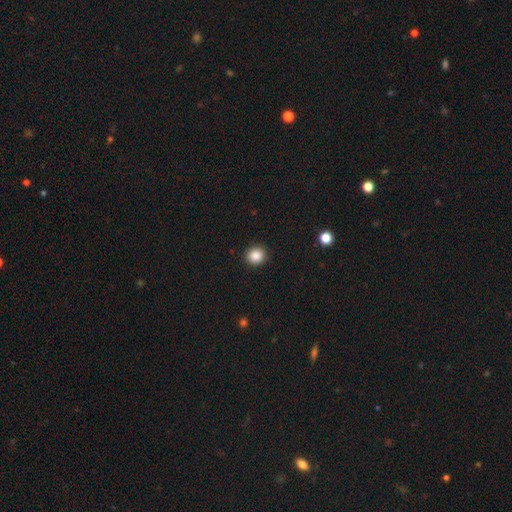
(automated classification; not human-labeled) Smooth or featured: smooth — 87% (star or artifact — 9%)
How rounded: round — 86% (in between — 13%)
Merging: none — 92% (minor disturbance — 5%)